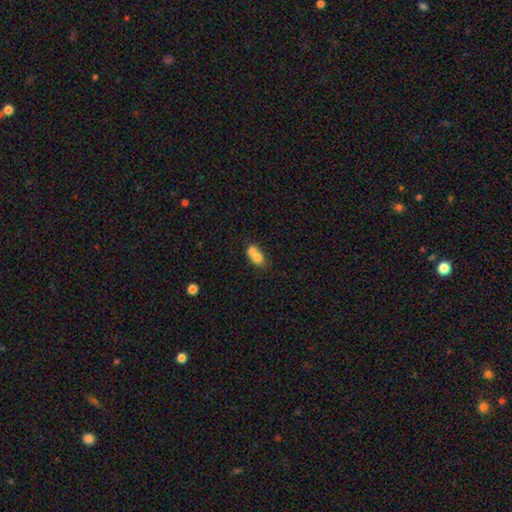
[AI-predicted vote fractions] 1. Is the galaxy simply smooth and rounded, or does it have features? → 69% smooth, 21% featured or disk, 10% star or artifact.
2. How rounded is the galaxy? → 53% in between, 45% round, 2% cigar-shaped.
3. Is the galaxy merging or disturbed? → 69% merger, 21% none, 7% minor disturbance, 3% major disturbance.